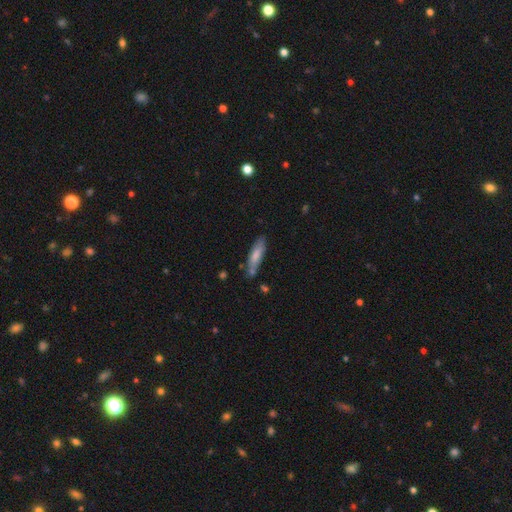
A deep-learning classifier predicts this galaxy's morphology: A smooth galaxy with no disk features (74%) that is cigar-shaped (70%).

Vote fractions:
- Smooth or featured? smooth: 74% / featured or disk: 20% / star or artifact: 6%
- How rounded? cigar-shaped: 70% / in between: 28% / round: 1%
- Merging? none: 68% / minor disturbance: 20% / merger: 8% / major disturbance: 4%